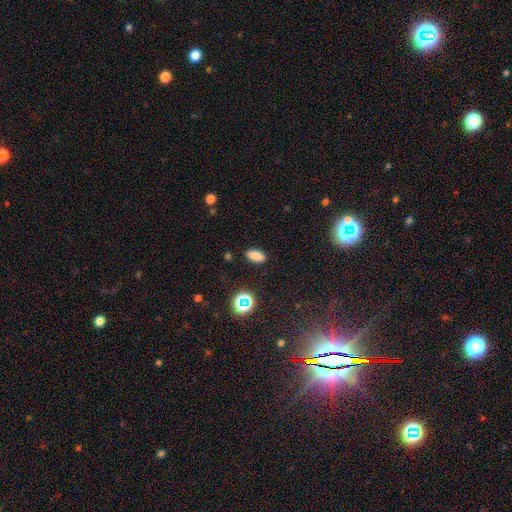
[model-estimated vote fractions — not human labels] The model was most divided on "smooth or featured": smooth: 81%, star or artifact: 13%, featured or disk: 5%. More confident: how rounded — in between (90%); merging — none (88%).